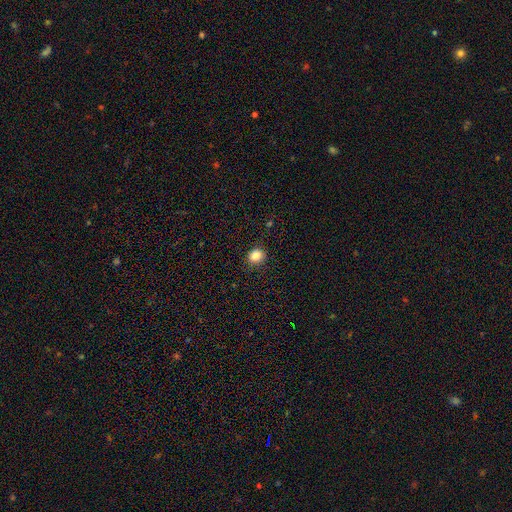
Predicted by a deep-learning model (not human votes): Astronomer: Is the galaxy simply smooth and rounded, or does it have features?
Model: smooth — 84%.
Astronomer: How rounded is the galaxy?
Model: round — 73%.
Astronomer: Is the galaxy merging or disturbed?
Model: none — 88%.